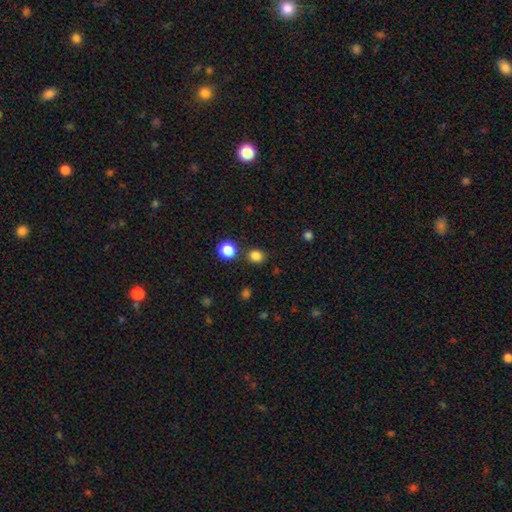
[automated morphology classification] Smooth or featured? smooth (82%)
How rounded? round (82%)
Merging? none (82%)